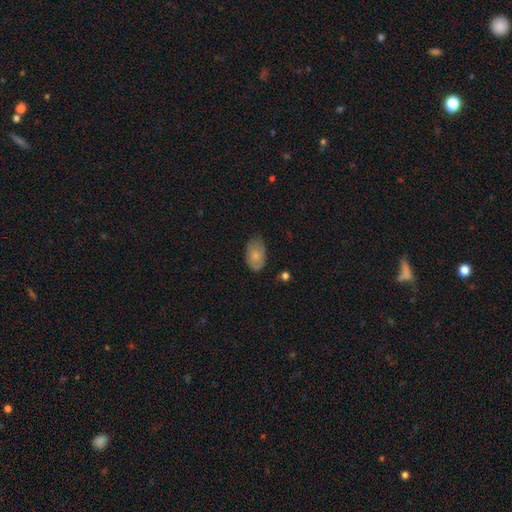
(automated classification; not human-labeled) Overall: smooth (76%). How rounded: in between (89%). Merging: none (65%; minor disturbance 28%).